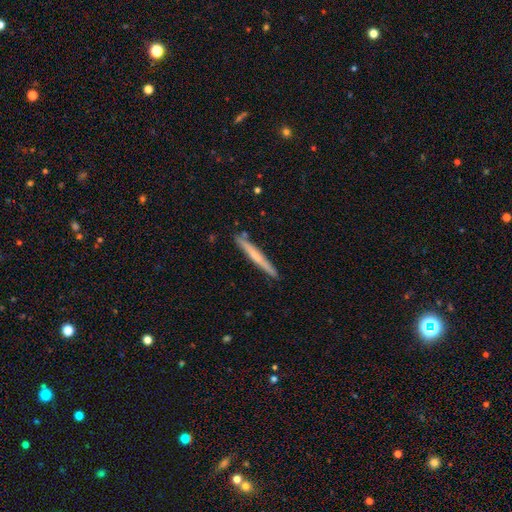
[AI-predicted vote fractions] Morphology: type=smooth (49%); merging=none (89%).